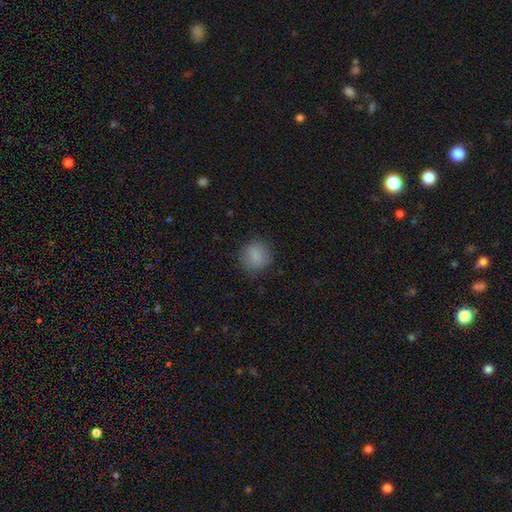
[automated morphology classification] Overall: smooth (86%). How rounded: round (90%). Merging: none (85%).